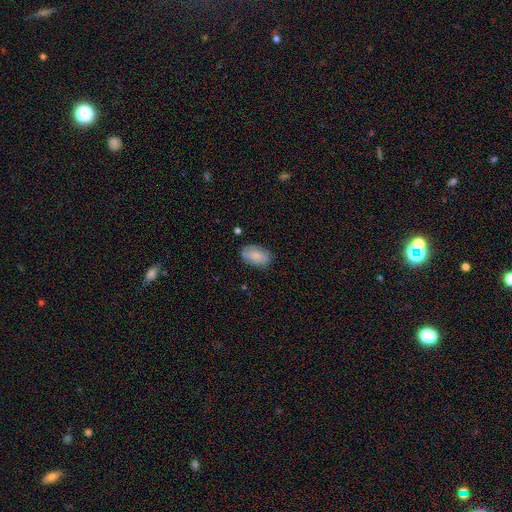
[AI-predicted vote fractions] Overall: smooth (81%). How rounded: in between (93%). Merging: none (80%).